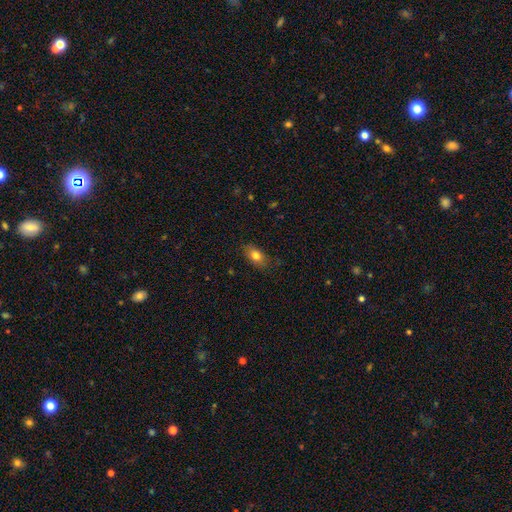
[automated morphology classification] Smooth or featured? smooth (79%)
How rounded? in between (85%)
Merging? none (80%)